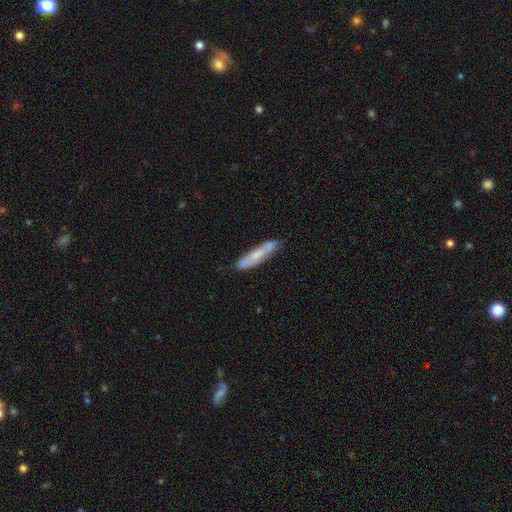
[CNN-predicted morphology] smooth_or_featured: smooth (p=0.54) [alt: featured or disk p=0.40]
how_rounded: cigar-shaped (p=0.79) [alt: in between p=0.19]
merging: none (p=0.66) [alt: minor disturbance p=0.23]